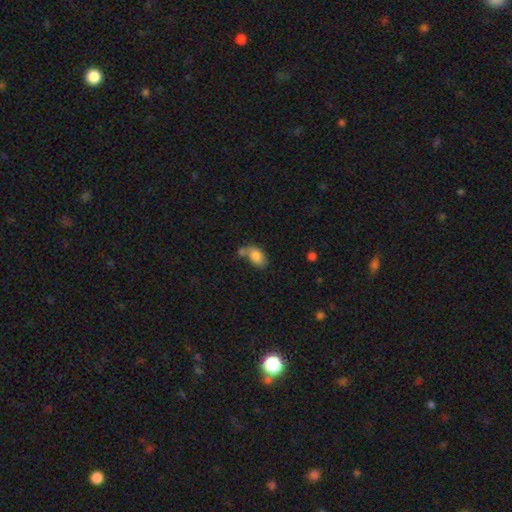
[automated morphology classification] Smooth or featured?
  - smooth: 82% *
  - featured or disk: 10%
  - star or artifact: 8%
How rounded?
  - in between: 90% *
  - round: 8%
  - cigar-shaped: 2%
Merging?
  - none: 39% *
  - merger: 34%
  - minor disturbance: 19%
  - major disturbance: 9%